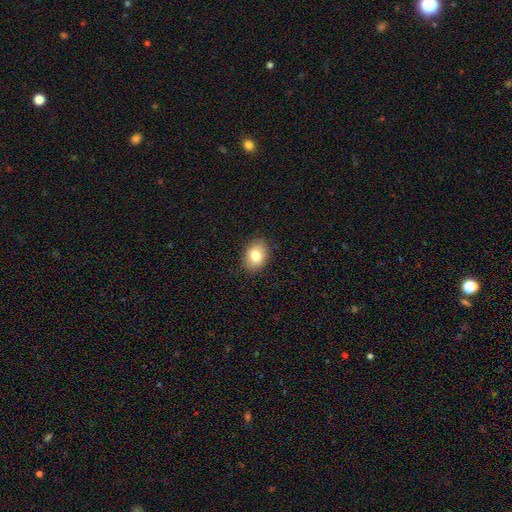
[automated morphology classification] The model was most divided on "how rounded": in between: 75%, round: 24%, cigar-shaped: 1%. More confident: merging — none (88%); smooth or featured — smooth (81%).